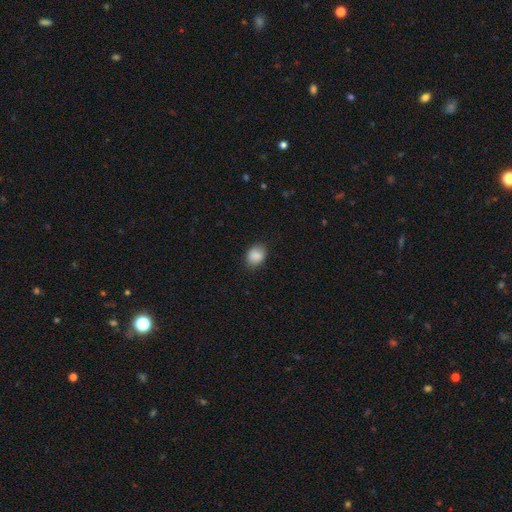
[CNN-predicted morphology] Smooth or featured? Predicted: smooth (p=0.87). How rounded? Predicted: in between (p=0.59). Merging? Predicted: none (p=0.81).